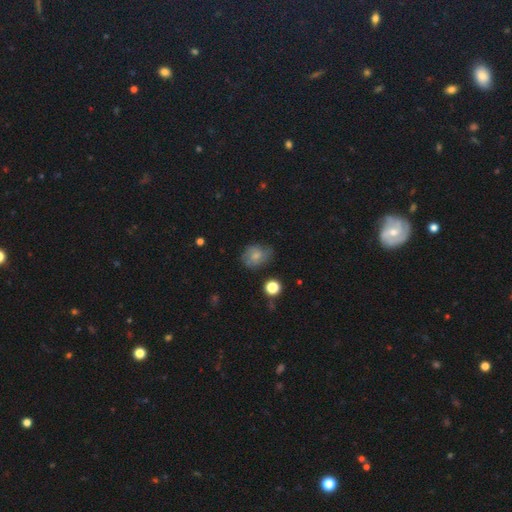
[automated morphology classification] smooth-or-featured: smooth: 63% | featured or disk: 26% | star or artifact: 10%
  how-rounded: in between: 50% | round: 49% | cigar-shaped: 1%
  merging: none: 61% | minor disturbance: 28% | major disturbance: 9% | merger: 2%